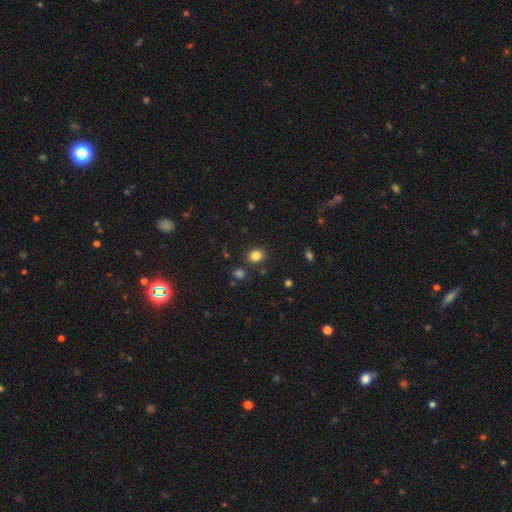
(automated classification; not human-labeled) This is clearly a smooth galaxy (83%). How rounded: possibly in between (51%). Merging: clearly none (84%).